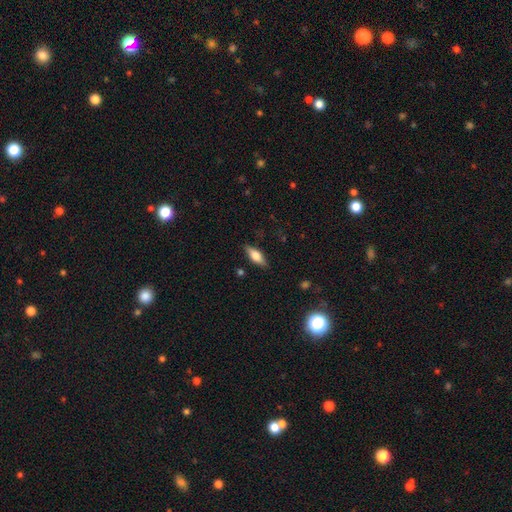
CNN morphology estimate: A smooth galaxy with no disk features (59%) that is in between round and cigar-shaped (61%). Merging: none (85%).